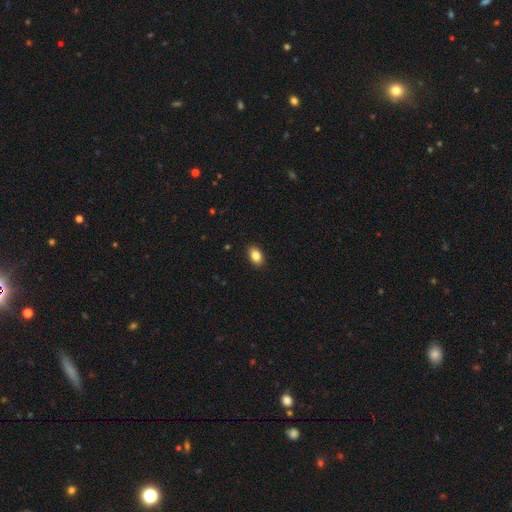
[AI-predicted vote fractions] smooth_or_featured: smooth (p=0.86) [alt: star or artifact p=0.08]
how_rounded: in between (p=0.86) [alt: round p=0.12]
merging: none (p=0.90) [alt: minor disturbance p=0.08]